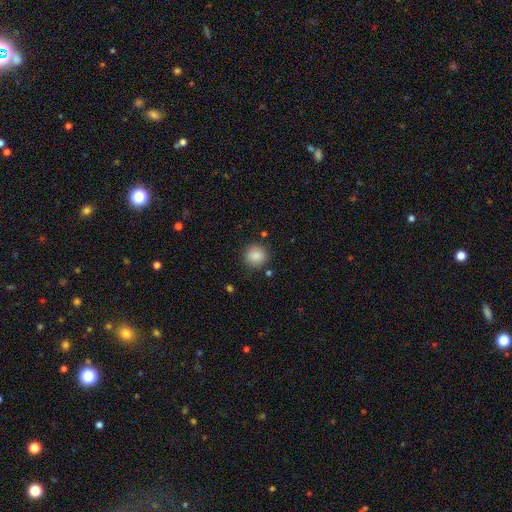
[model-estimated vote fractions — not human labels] smooth_or_featured: smooth (p=0.87) [alt: star or artifact p=0.09]
how_rounded: round (p=0.91) [alt: in between p=0.08]
merging: none (p=0.85) [alt: minor disturbance p=0.10]